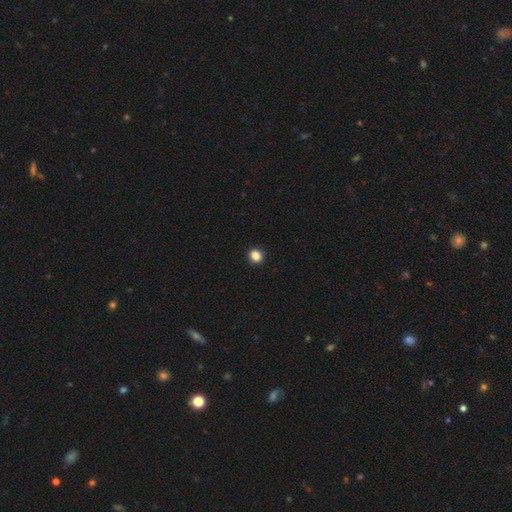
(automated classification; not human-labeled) Morphology: type=smooth (86%); roundness=round (83%); merging=none (93%).